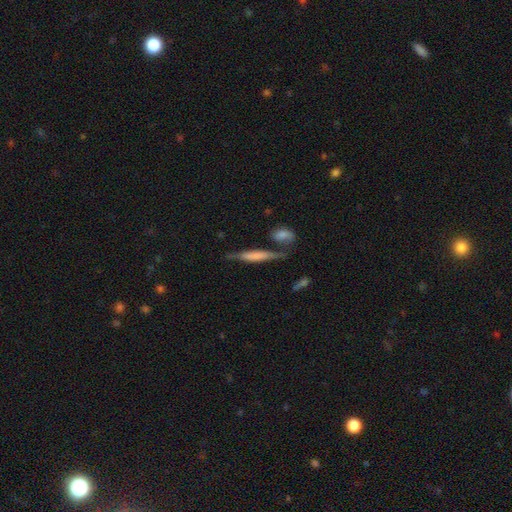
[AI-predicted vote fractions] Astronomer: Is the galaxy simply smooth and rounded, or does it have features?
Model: featured or disk — 47% (runner-up: smooth, 46%).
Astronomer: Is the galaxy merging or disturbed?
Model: none — 63%.